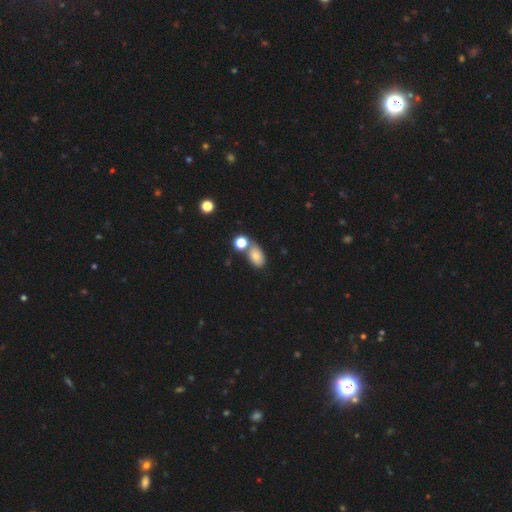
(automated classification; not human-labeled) Q: Smooth or featured?
A: smooth (79%); runner-up: star or artifact (11%)
Q: How rounded?
A: in between (85%); runner-up: round (13%)
Q: Merging?
A: none (55%); runner-up: merger (26%)